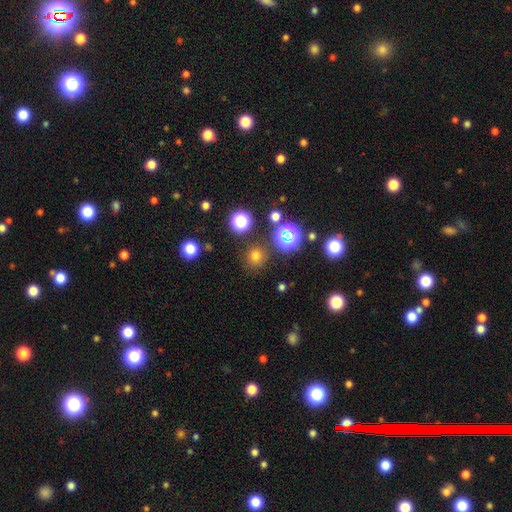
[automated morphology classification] smooth-or-featured: smooth: 68% | star or artifact: 26% | featured or disk: 6%
  how-rounded: round: 91% | in between: 8% | cigar-shaped: 1%
  merging: none: 85% | minor disturbance: 8% | merger: 4% | major disturbance: 3%